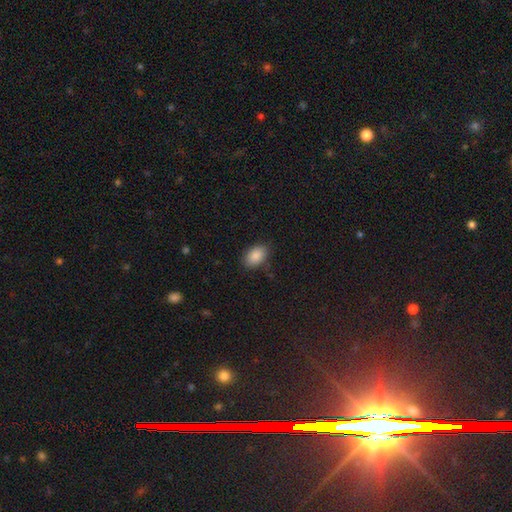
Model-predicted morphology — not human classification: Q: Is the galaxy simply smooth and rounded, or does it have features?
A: smooth — 87%.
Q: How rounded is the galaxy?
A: in between — 88%.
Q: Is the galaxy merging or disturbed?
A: none — 82%.